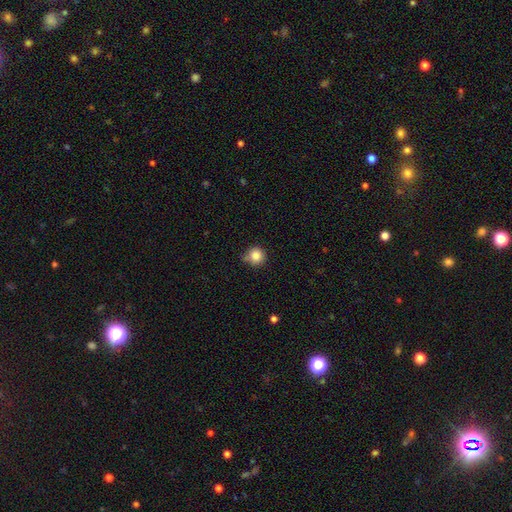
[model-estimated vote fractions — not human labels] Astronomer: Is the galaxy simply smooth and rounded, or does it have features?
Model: smooth — 86%.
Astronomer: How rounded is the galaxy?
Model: round — 94%.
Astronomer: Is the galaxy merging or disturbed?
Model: none — 71%.